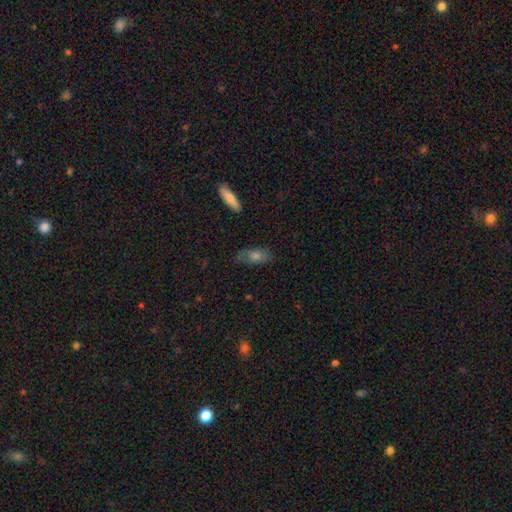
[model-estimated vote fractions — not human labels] Overall: smooth (64%; featured or disk 25%). How rounded: in between (77%). Merging: none (69%).